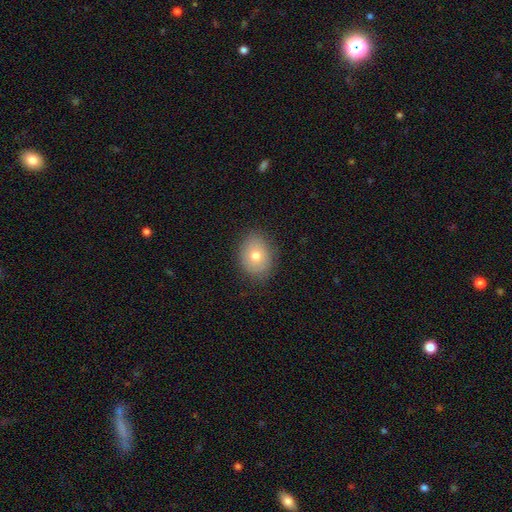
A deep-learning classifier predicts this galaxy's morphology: A smooth galaxy with no disk features (72%) that is round (52%).

Vote fractions:
- Smooth or featured? smooth: 72% / featured or disk: 18% / star or artifact: 11%
- How rounded? round: 52% / in between: 47% / cigar-shaped: 1%
- Merging? none: 84% / minor disturbance: 12% / major disturbance: 3% / merger: 1%